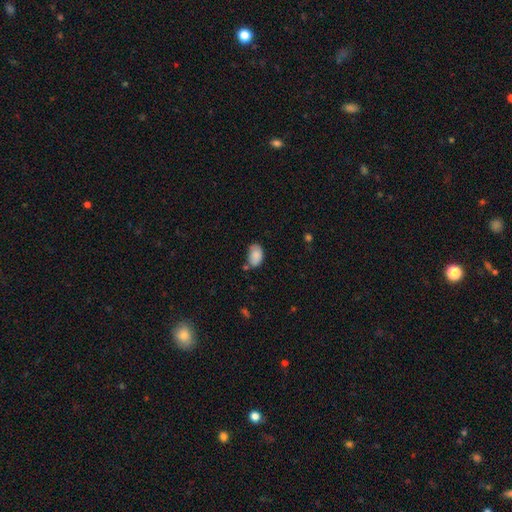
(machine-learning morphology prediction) This appears to be a smooth galaxy with no disk features (85%) that is in between round and cigar-shaped (89%). Merging: none (55%).